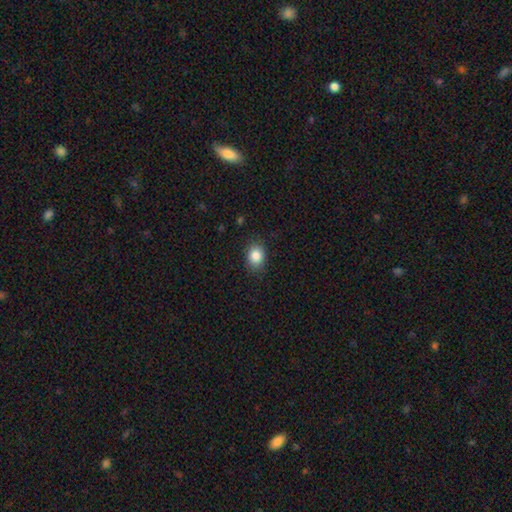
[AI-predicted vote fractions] A smooth galaxy with no disk features (86%) that is in between round and cigar-shaped (55%).

Vote fractions:
- Smooth or featured? smooth: 86% / star or artifact: 9% / featured or disk: 5%
- How rounded? in between: 55% / round: 44% / cigar-shaped: 1%
- Merging? none: 84% / minor disturbance: 12% / major disturbance: 3% / merger: 1%